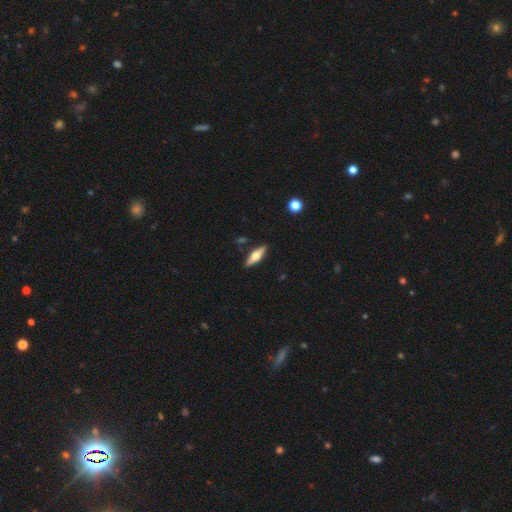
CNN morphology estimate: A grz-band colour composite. It shows a featured or disk galaxy (49%). Merging: none (87%).